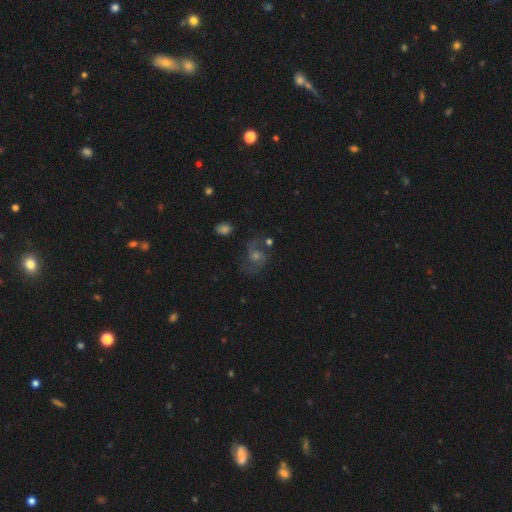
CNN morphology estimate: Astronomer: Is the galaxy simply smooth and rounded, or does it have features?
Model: featured or disk — 63%.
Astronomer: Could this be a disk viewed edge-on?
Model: no — 97%.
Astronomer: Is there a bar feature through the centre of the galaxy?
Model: no — 66%.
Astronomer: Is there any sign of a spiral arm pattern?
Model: yes — 89%.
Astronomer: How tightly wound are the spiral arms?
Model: medium — 51% (runner-up: loose, 31%).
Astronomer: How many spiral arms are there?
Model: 2 — 78%.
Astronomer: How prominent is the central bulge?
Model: moderate — 54% (runner-up: small, 34%).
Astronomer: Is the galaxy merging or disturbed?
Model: none — 67%.